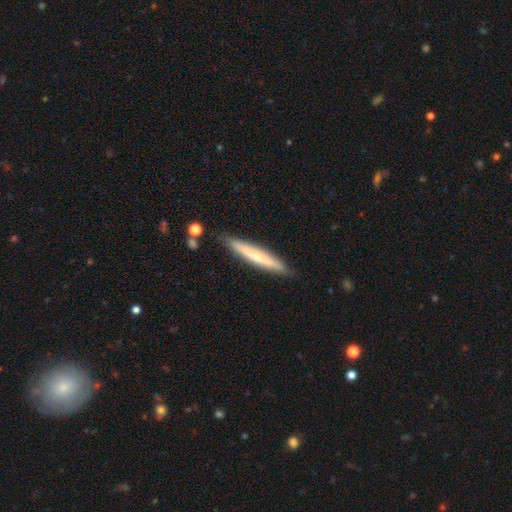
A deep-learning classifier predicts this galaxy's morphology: This is possibly a featured or disk galaxy (49%). Merging: clearly none (86%).